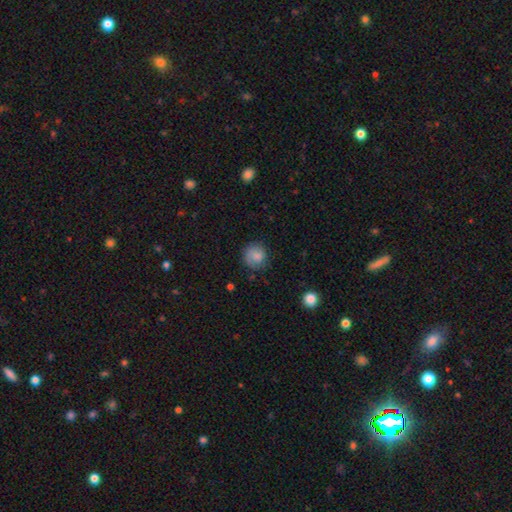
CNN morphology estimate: A smooth galaxy with no disk features (79%) that is round (85%). Merging: none (73%).